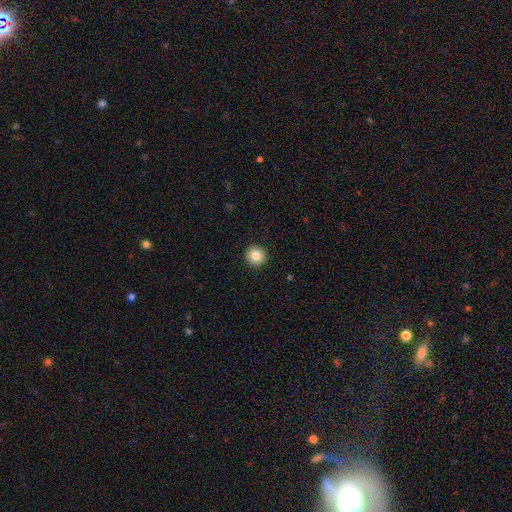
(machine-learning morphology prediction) Smooth or featured: smooth — 84% (star or artifact — 9%)
How rounded: round — 94% (in between — 5%)
Merging: none — 93% (minor disturbance — 5%)